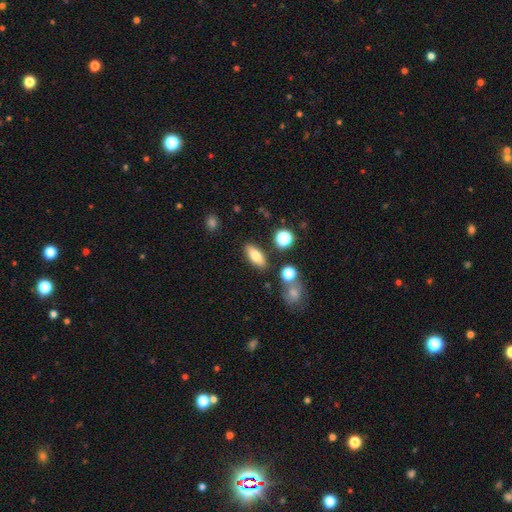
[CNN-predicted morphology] Smooth or featured?
  - smooth: 74% *
  - featured or disk: 16%
  - star or artifact: 10%
How rounded?
  - in between: 77% *
  - cigar-shaped: 18%
  - round: 5%
Merging?
  - none: 82% *
  - minor disturbance: 10%
  - merger: 5%
  - major disturbance: 3%